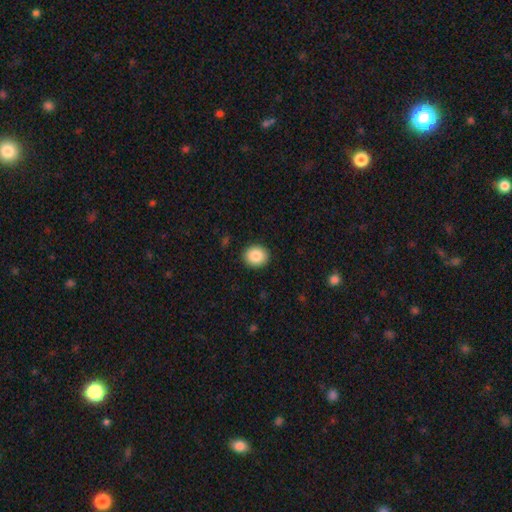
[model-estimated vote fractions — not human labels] smooth_or_featured: smooth (p=0.86) [alt: star or artifact p=0.08]
how_rounded: round (p=0.80) [alt: in between p=0.19]
merging: none (p=0.91) [alt: minor disturbance p=0.06]